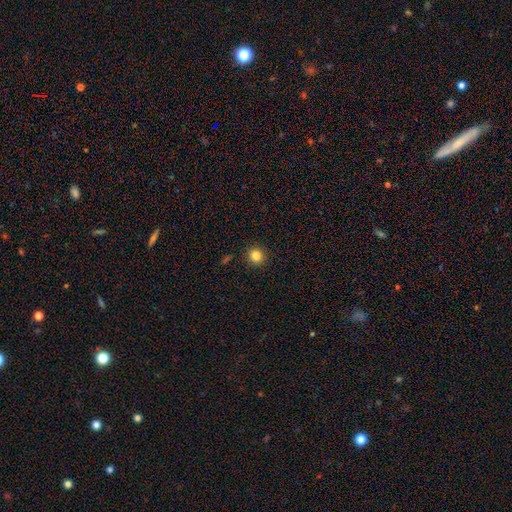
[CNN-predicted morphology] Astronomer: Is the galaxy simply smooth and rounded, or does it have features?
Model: smooth — 84%.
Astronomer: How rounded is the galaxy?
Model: round — 92%.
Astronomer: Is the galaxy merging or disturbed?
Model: none — 91%.